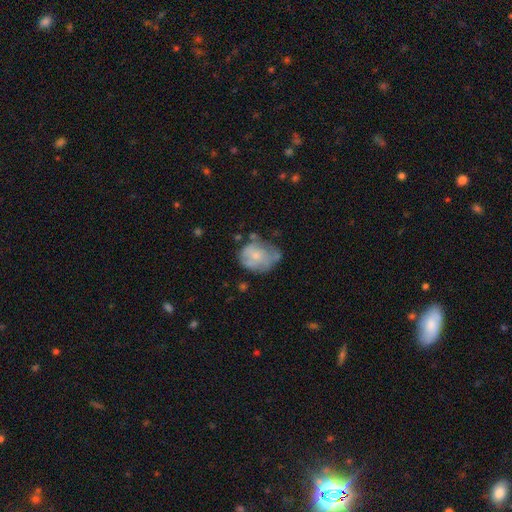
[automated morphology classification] This is possibly a smooth galaxy (54%). How rounded: possibly round (54%). Merging: marginally none (40%).